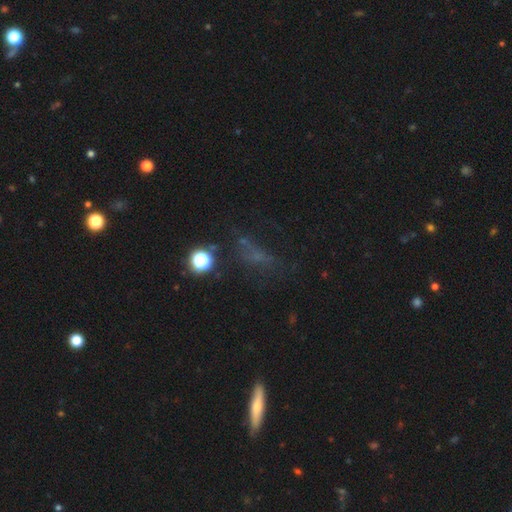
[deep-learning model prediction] The model was most divided on "smooth or featured": star or artifact: 40%, smooth: 38%, featured or disk: 22%.